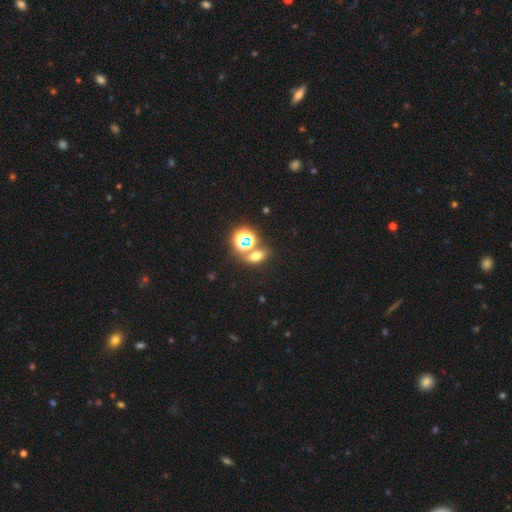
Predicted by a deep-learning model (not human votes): Smooth or featured? Predicted: smooth (p=0.53). How rounded? Predicted: in between (p=0.61). Merging? Predicted: none (p=0.64).